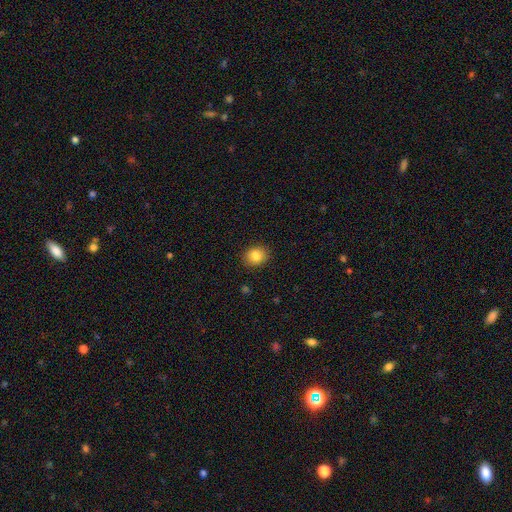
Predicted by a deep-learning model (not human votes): Overall: smooth (85%). How rounded: round (60%; in between 39%). Merging: none (88%).